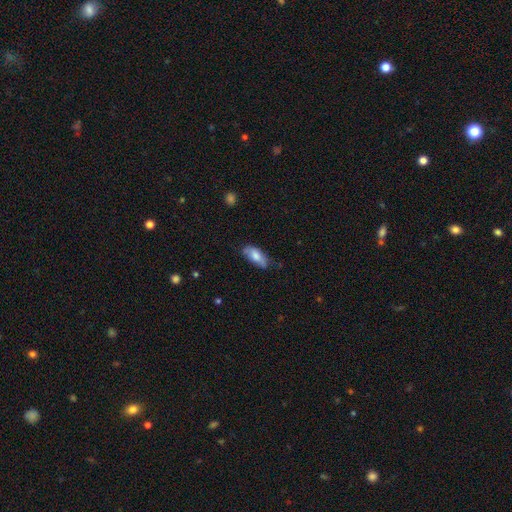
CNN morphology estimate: The model was most divided on "merging": none: 61%, minor disturbance: 30%, major disturbance: 7%, merger: 2%. More confident: how rounded — in between (82%); smooth or featured — smooth (72%).